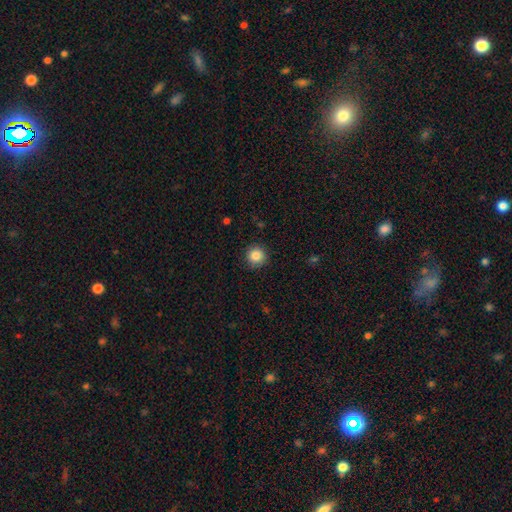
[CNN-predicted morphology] This is clearly a smooth galaxy (85%). How rounded: clearly round (95%). Merging: clearly none (90%).